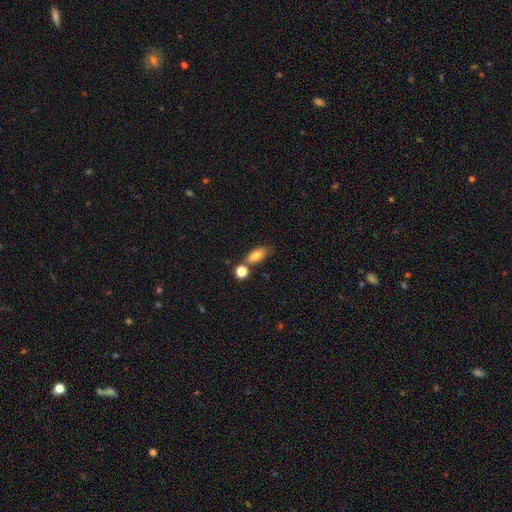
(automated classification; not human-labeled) Overall: smooth (80%). How rounded: in between (80%). Merging: none (65%).